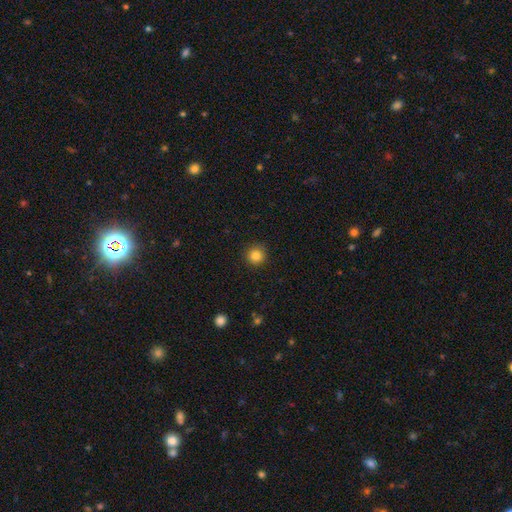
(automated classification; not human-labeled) Smooth or featured?
  - smooth: 83% *
  - star or artifact: 11%
  - featured or disk: 5%
How rounded?
  - round: 95% *
  - in between: 4%
  - cigar-shaped: 1%
Merging?
  - none: 91% *
  - minor disturbance: 6%
  - major disturbance: 2%
  - merger: 1%